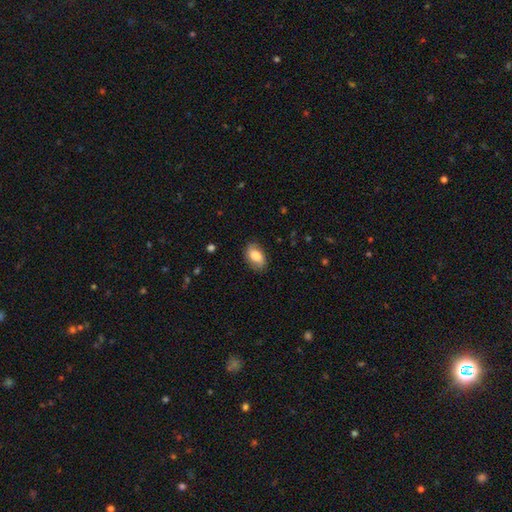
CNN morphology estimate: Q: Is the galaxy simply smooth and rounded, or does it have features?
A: smooth — 69%.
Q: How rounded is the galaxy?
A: in between — 88%.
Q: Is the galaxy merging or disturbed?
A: none — 81%.